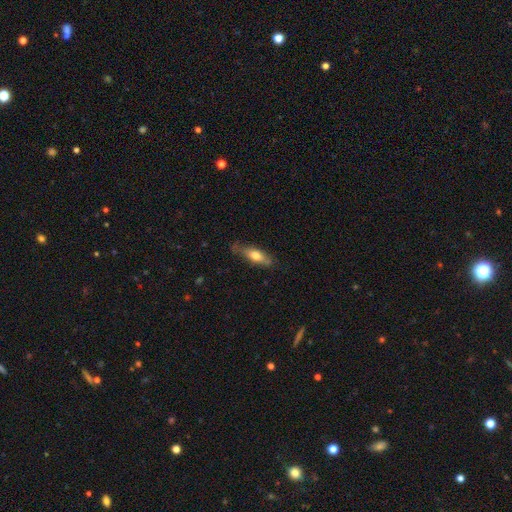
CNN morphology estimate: This is likely a smooth galaxy (64%). How rounded: possibly in between (55%). Merging: likely none (67%).